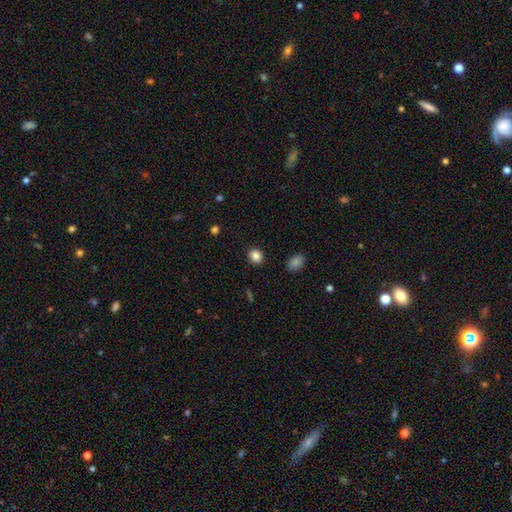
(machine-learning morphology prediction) Overall: smooth (86%). How rounded: round (71%). Merging: none (91%).